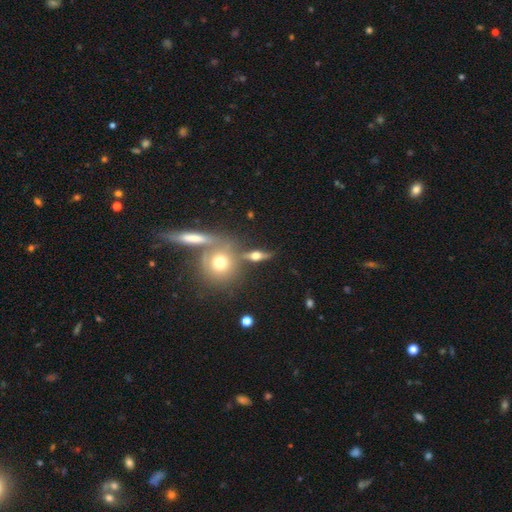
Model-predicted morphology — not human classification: Smooth or featured? Predicted: featured or disk (p=0.50). Edge-on disk? Predicted: yes (p=0.81). Merging? Predicted: none (p=0.68).